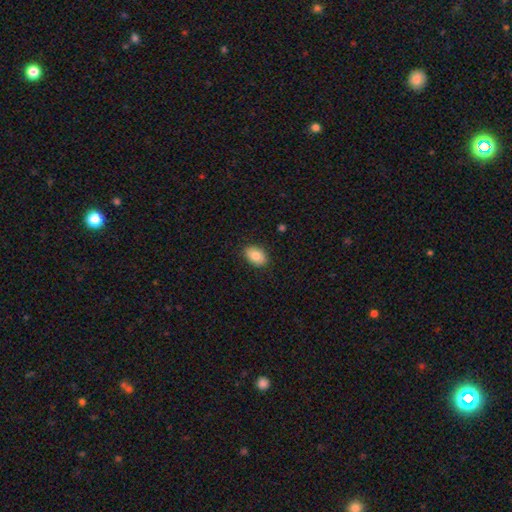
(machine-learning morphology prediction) smooth-or-featured: smooth: 84% | featured or disk: 9% | star or artifact: 7%
  how-rounded: in between: 85% | round: 14% | cigar-shaped: 1%
  merging: none: 87% | minor disturbance: 10% | major disturbance: 2% | merger: 1%